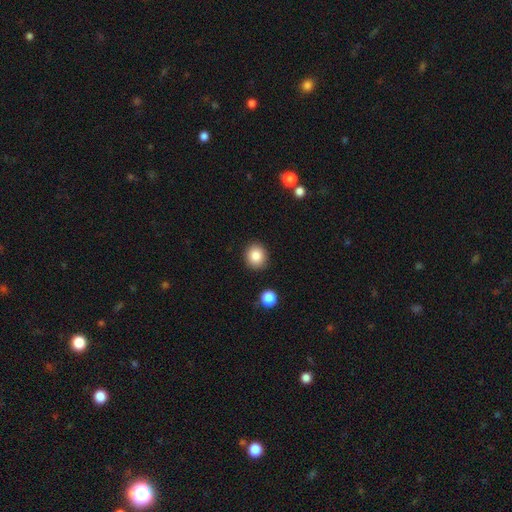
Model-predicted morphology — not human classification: Smooth or featured? Predicted: smooth (p=0.86). How rounded? Predicted: round (p=0.85). Merging? Predicted: none (p=0.89).